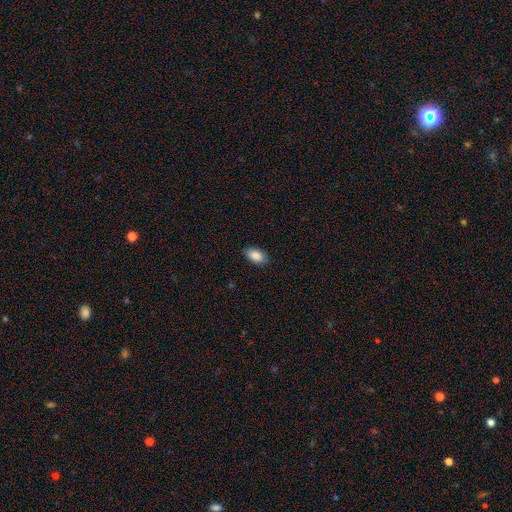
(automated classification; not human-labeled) A smooth galaxy with no disk features (88%) that is in between round and cigar-shaped (93%). Merging: none (87%).